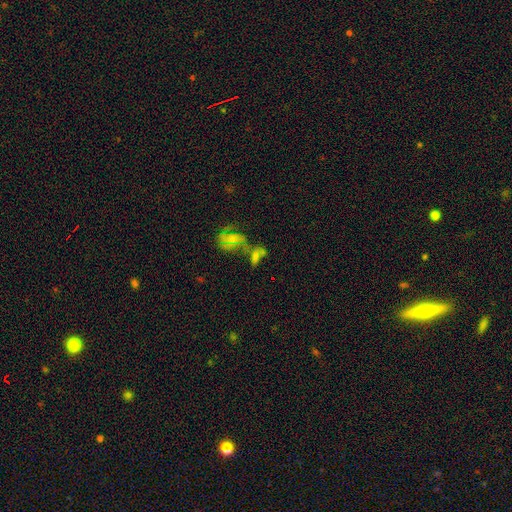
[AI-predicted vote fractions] This is possibly a smooth galaxy (48%). Merging: possibly merger (51%).